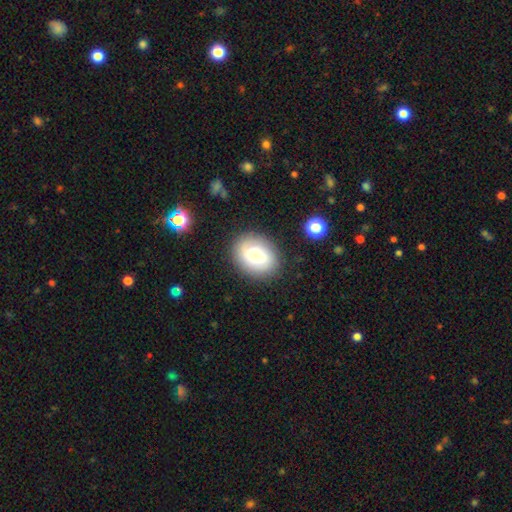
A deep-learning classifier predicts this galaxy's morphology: type=smooth (70%); roundness=in between (62%); merging=none (83%).